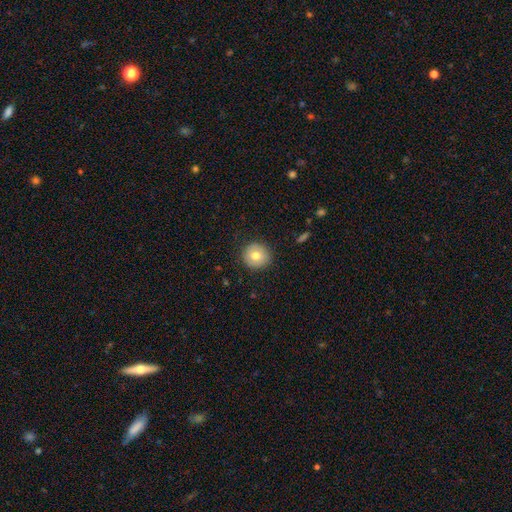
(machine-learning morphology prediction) smooth-or-featured: smooth: 75% | featured or disk: 16% | star or artifact: 9%
  how-rounded: round: 93% | in between: 6% | cigar-shaped: 1%
  merging: none: 89% | minor disturbance: 8% | major disturbance: 2% | merger: 1%